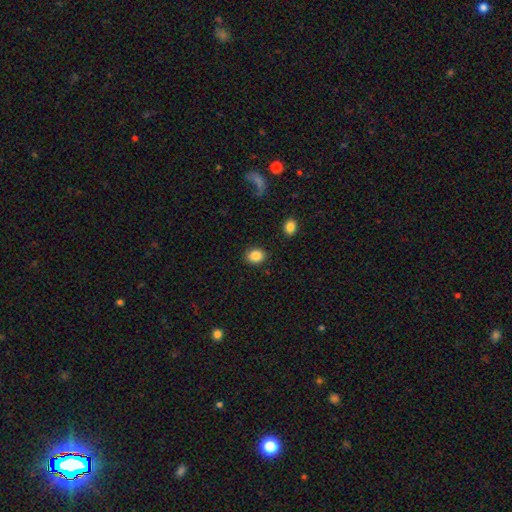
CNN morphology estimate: smooth_or_featured: smooth (p=0.87) [alt: star or artifact p=0.09]
how_rounded: round (p=0.56) [alt: in between p=0.43]
merging: none (p=0.88) [alt: minor disturbance p=0.08]